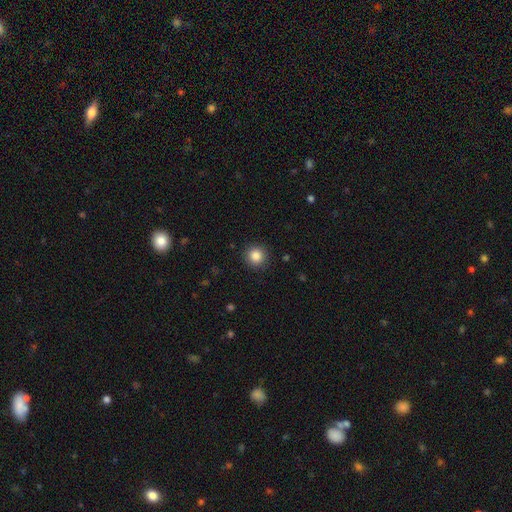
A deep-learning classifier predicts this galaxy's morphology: type=smooth (85%); roundness=round (94%); merging=none (91%).